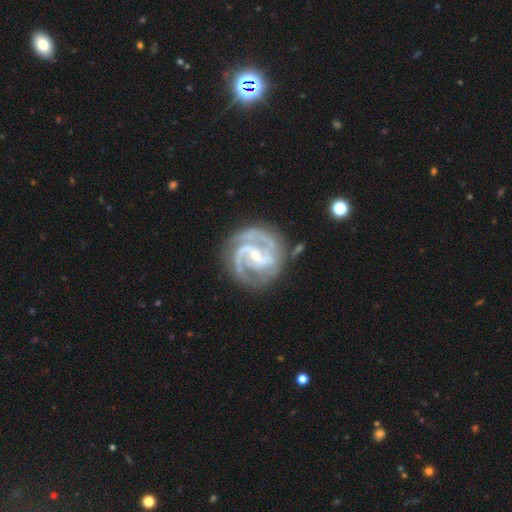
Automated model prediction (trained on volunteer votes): This is clearly a featured or disk galaxy (92%). It is clearly not viewed edge-on (98%). Bar: marginally weak (42%). Spiral arm pattern: clearly yes (98%). Spiral arm count: likely 2 (64%). Spiral winding: possibly medium (47%). Central bulge: likely small (67%). Merging: likely none (75%).